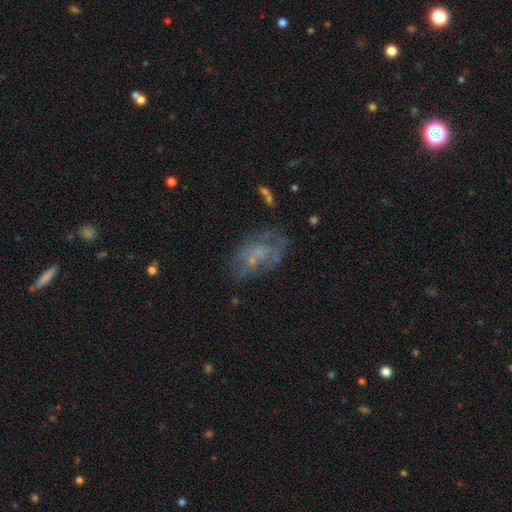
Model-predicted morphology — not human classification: Smooth or featured: featured or disk — 52% (smooth — 32%)
Edge-on disk: no — 95% (yes — 5%)
Merging: none — 56% (minor disturbance — 21%)